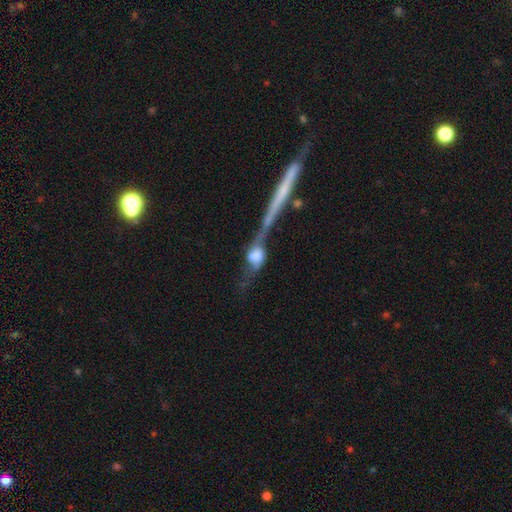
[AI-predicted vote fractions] Smooth or featured? Predicted: featured or disk (p=0.52). Edge-on disk? Predicted: no (p=0.53). Merging? Predicted: merger (p=0.40).